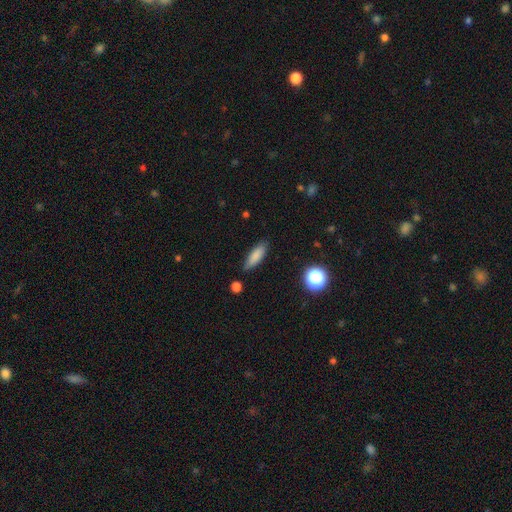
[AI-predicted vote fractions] Smooth or featured: smooth — 83% (featured or disk — 8%)
How rounded: in between — 55% (cigar-shaped — 43%)
Merging: none — 83% (minor disturbance — 13%)